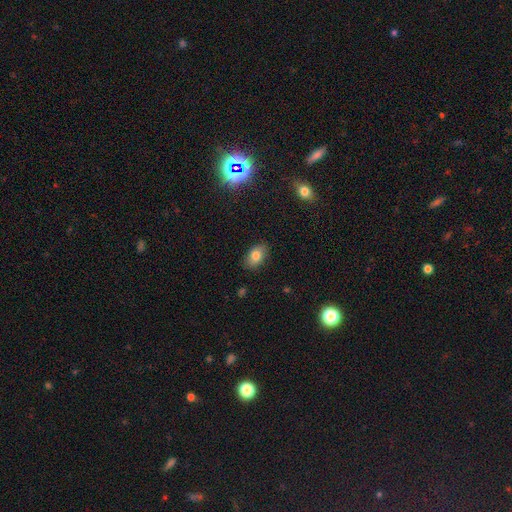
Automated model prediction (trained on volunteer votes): smooth 80%, star or artifact 10%, featured or disk 10%. Down the decision tree: how rounded — in between (89%); merging — none (86%).